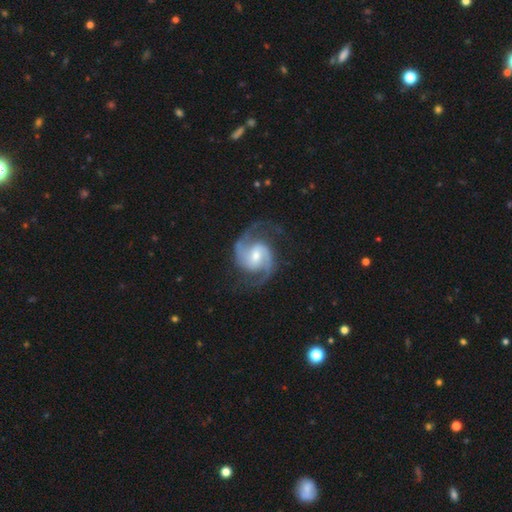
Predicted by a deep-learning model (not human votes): A featured or disk galaxy (93%) with a weak bar (50%), 2 (93%) medium (62%) spiral arms (98%) and a moderate central bulge (55%). Merging: none (78%).